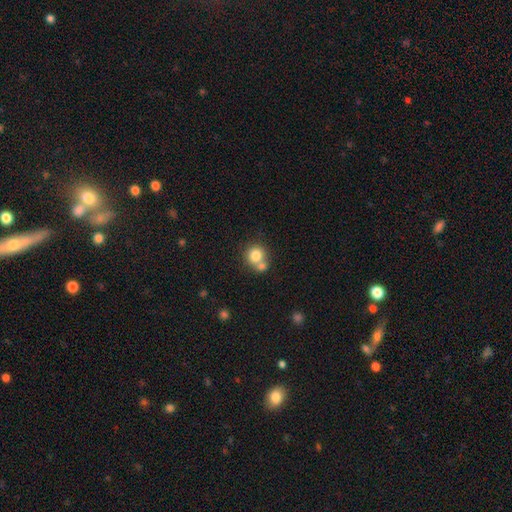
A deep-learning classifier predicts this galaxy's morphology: This appears to be a smooth galaxy with no disk features (79%) that is round (88%). Merging: none (47%).